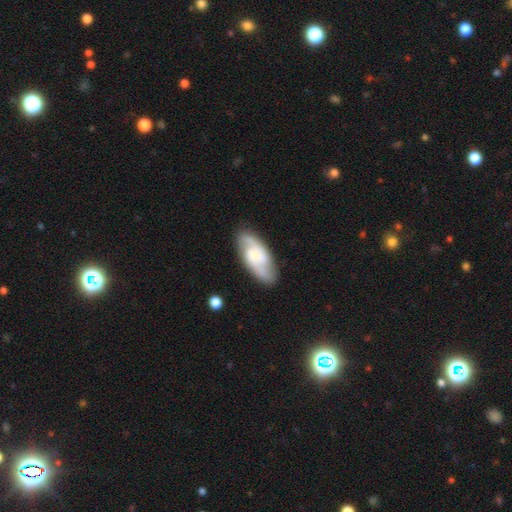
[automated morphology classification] featured or disk 67%, smooth 27%, star or artifact 6%. Down the decision tree: edge-on disk — no (93%); bar — no (49%); spiral arms — yes (93%); spiral arm count — 2 (81%); spiral winding — medium (49%); bulge size — small (36%); merging — none (82%).